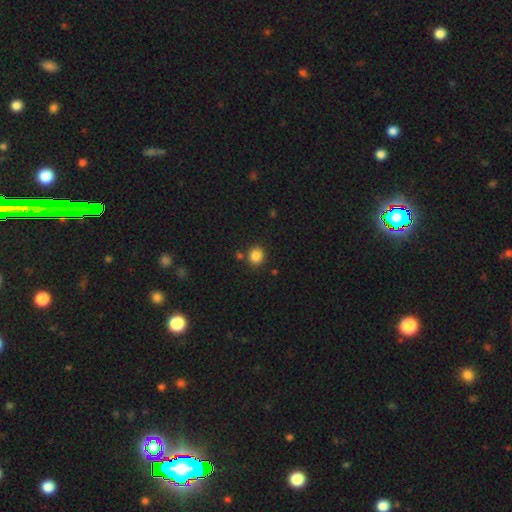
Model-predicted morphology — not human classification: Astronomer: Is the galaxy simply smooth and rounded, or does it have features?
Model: smooth — 85%.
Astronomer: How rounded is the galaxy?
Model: round — 78%.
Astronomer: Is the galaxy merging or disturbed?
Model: none — 81%.